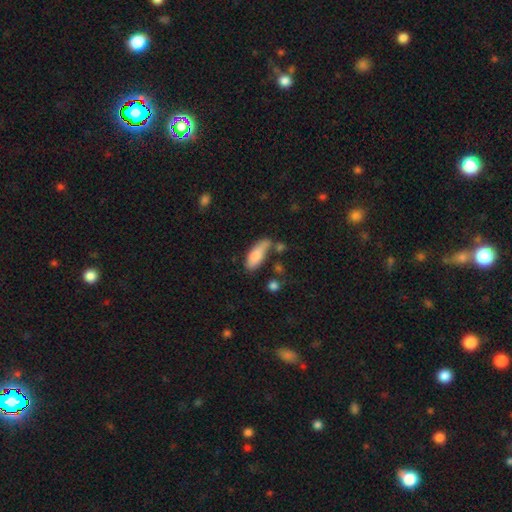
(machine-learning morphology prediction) Smooth or featured? smooth (79%)
How rounded? in between (71%)
Merging? none (48%)